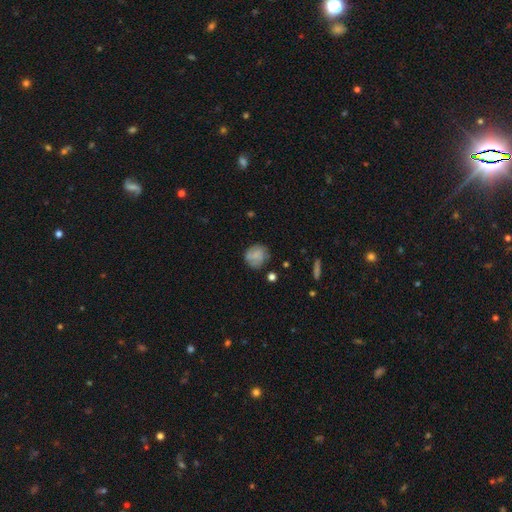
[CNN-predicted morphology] Smooth or featured: smooth — 60% (featured or disk — 31%)
How rounded: round — 80% (in between — 19%)
Merging: none — 68% (minor disturbance — 21%)